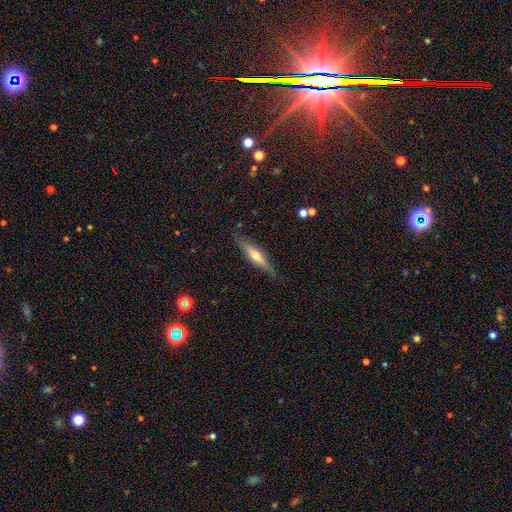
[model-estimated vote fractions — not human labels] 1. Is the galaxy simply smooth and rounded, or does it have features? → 54% featured or disk, 39% smooth, 6% star or artifact.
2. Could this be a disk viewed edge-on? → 91% yes, 9% no.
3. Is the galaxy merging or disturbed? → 81% none, 14% minor disturbance, 3% major disturbance, 1% merger.